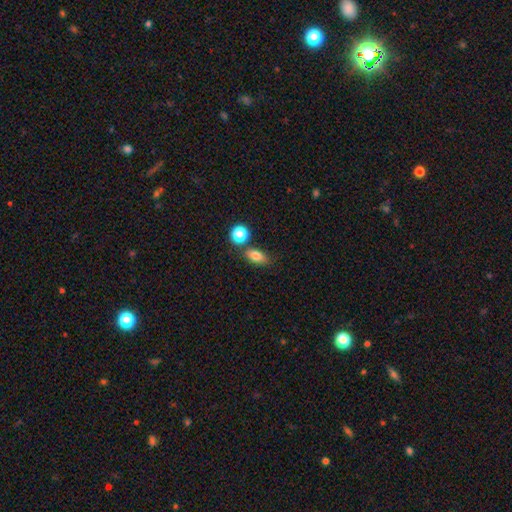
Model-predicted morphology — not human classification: A smooth galaxy with no disk features (80%) that is in between round and cigar-shaped (79%). Merging: none (69%).